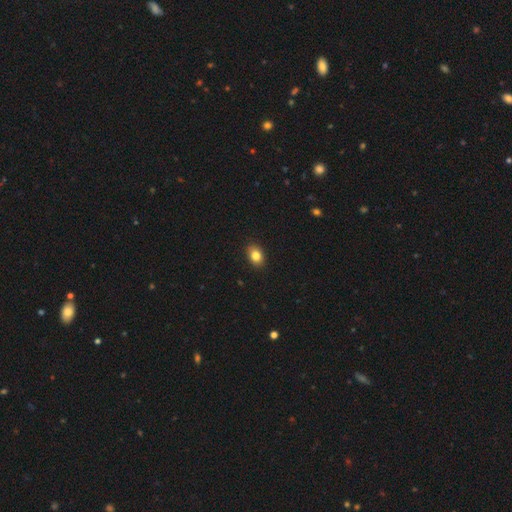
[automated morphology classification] Smooth or featured: smooth — 83% (star or artifact — 9%)
How rounded: in between — 73% (round — 25%)
Merging: none — 89% (minor disturbance — 8%)